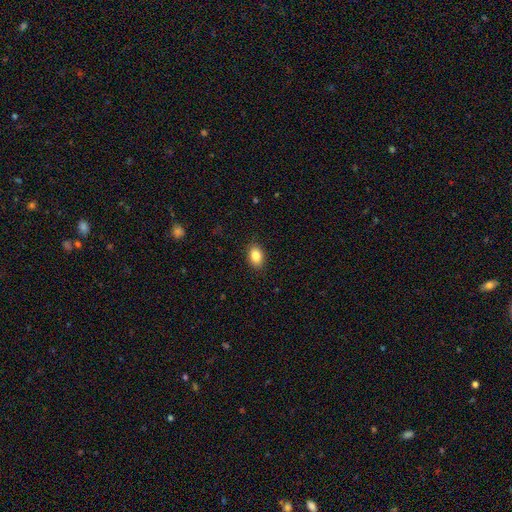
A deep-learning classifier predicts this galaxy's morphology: Smooth or featured: smooth — 86% (star or artifact — 8%)
How rounded: in between — 84% (round — 15%)
Merging: none — 89% (minor disturbance — 8%)